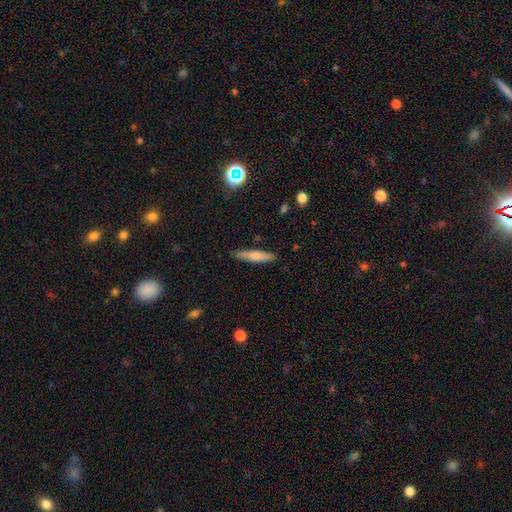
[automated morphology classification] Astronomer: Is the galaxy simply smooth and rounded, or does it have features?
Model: smooth — 70%.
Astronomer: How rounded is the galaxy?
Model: cigar-shaped — 86%.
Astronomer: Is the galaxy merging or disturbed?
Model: none — 88%.